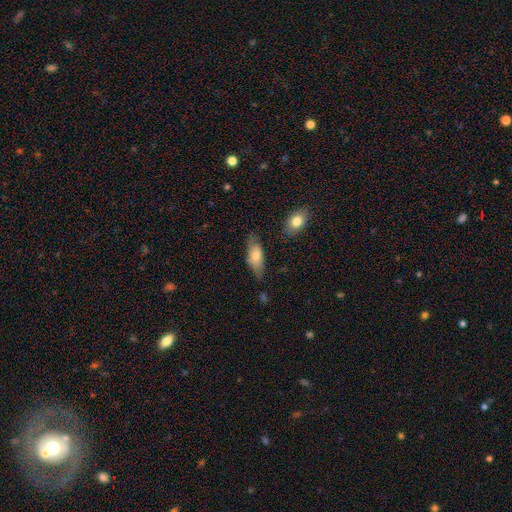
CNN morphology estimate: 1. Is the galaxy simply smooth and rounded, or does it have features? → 70% smooth, 23% featured or disk, 7% star or artifact.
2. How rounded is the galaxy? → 78% in between, 19% cigar-shaped, 3% round.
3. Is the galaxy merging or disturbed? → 69% none, 23% minor disturbance, 5% major disturbance, 3% merger.